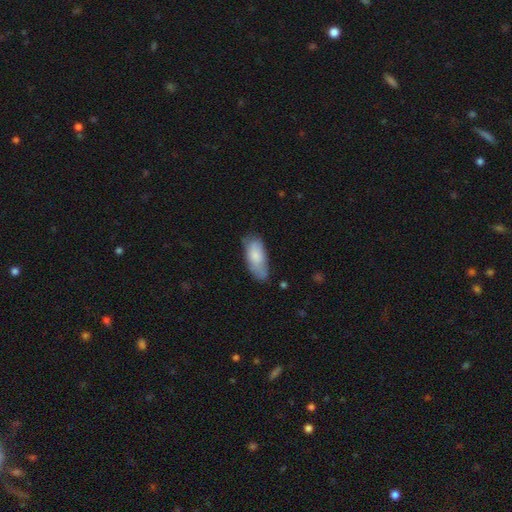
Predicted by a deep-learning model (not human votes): This appears to be a smooth galaxy with no disk features (79%) that is in between round and cigar-shaped (85%). Merging: none (56%).